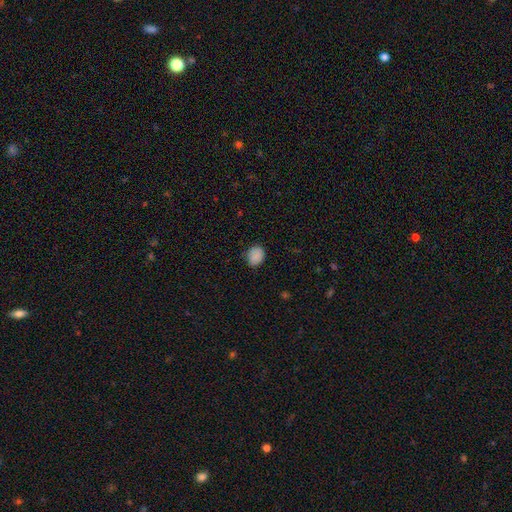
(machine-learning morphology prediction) A smooth galaxy with no disk features (86%) that is round (51%). Merging: none (77%).